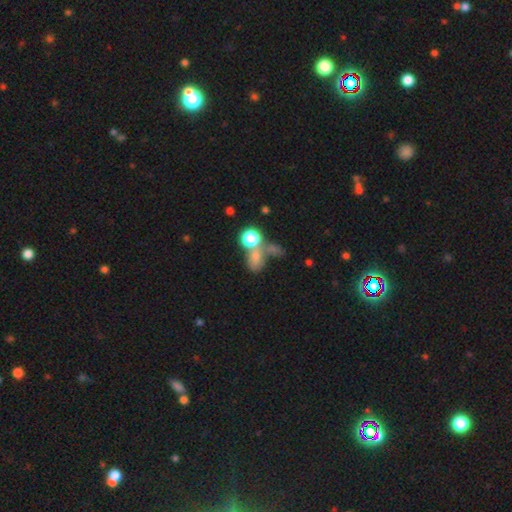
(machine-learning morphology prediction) type=smooth (62%); roundness=in between (57%); merging=merger (43%).